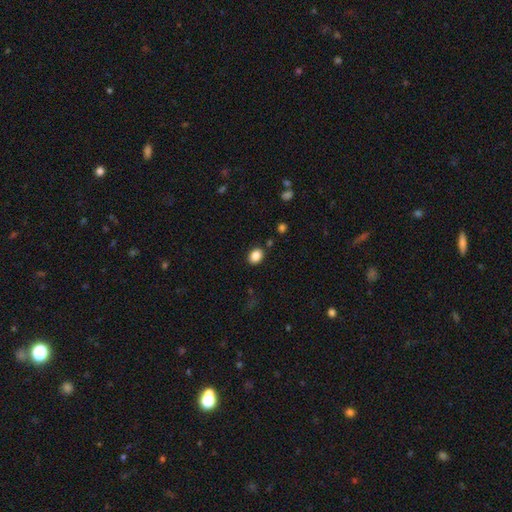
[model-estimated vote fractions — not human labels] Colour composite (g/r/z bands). It shows a smooth galaxy with no disk features (86%) that is in between round and cigar-shaped (60%). Merging: none (86%).